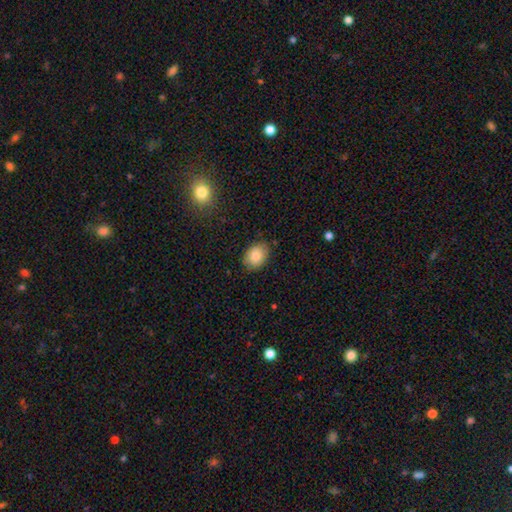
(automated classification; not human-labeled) smooth-or-featured: smooth: 84% | featured or disk: 8% | star or artifact: 8%
  how-rounded: in between: 74% | round: 25% | cigar-shaped: 1%
  merging: none: 84% | minor disturbance: 12% | major disturbance: 2% | merger: 1%